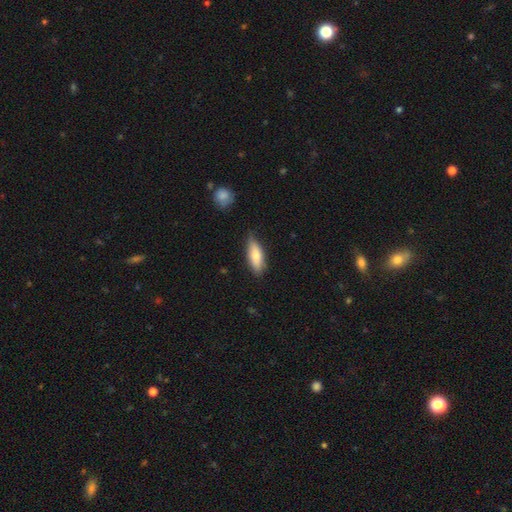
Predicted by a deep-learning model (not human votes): smooth 76%, featured or disk 18%, star or artifact 6%. Down the decision tree: how rounded — in between (62%); merging — none (74%).